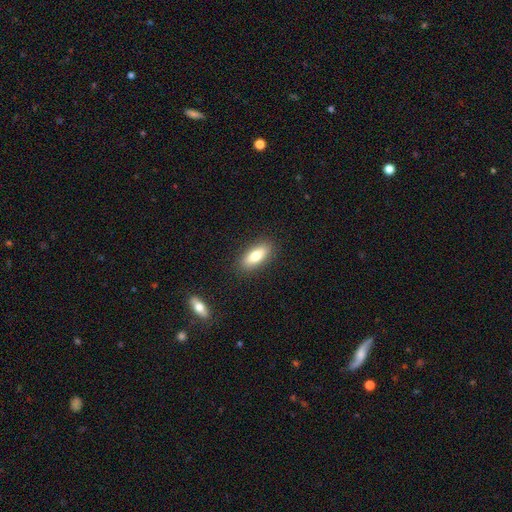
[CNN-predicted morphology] This appears to be a smooth galaxy with no disk features (77%) that is in between round and cigar-shaped (75%). Merging: none (88%).